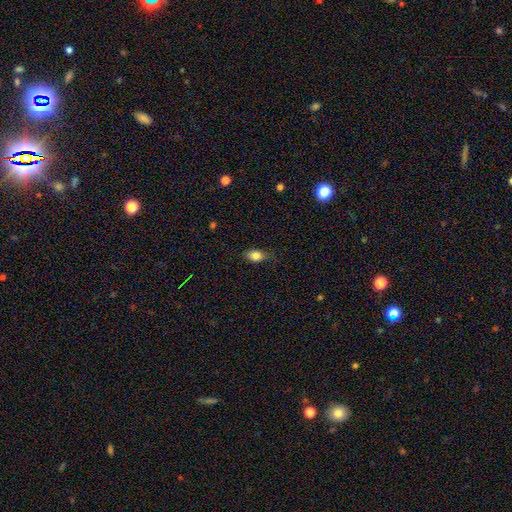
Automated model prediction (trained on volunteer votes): Smooth or featured? Predicted: smooth (p=0.83). How rounded? Predicted: in between (p=0.82). Merging? Predicted: none (p=0.74).